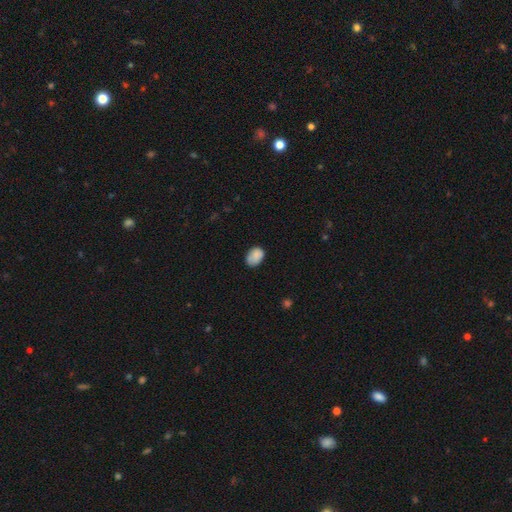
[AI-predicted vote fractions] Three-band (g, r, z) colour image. It shows a smooth galaxy with no disk features (85%) that is in between round and cigar-shaped (75%). Merging: none (67%).